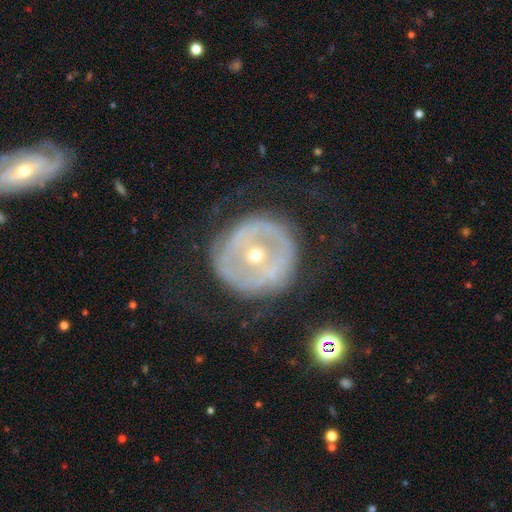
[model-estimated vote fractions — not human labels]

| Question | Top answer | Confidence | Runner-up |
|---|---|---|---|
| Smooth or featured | featured or disk | 71% | smooth (21%) |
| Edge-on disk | no | 96% | yes (4%) |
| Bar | no | 68% | weak (20%) |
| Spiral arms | no | 52% | yes (48%) |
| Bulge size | small | 65% | moderate (31%) |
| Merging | none | 63% | minor disturbance (19%) |